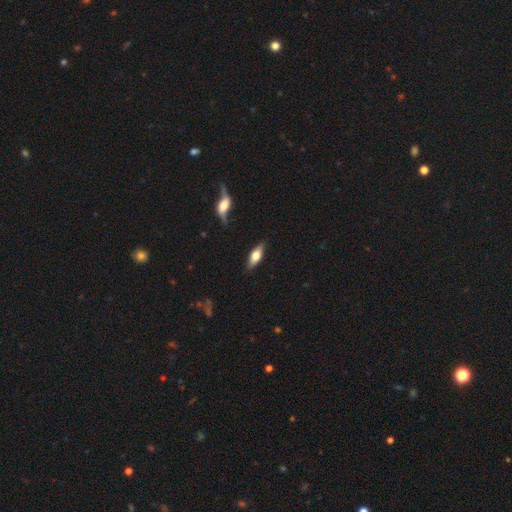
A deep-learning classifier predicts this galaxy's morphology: type=smooth (59%); roundness=in between (73%); merging=none (82%).